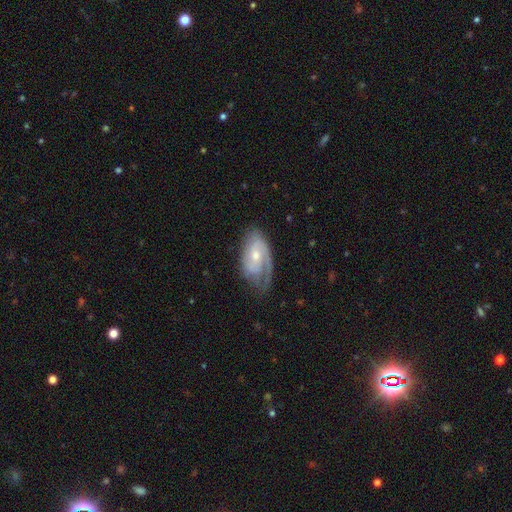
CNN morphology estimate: A featured or disk galaxy (75%) with no bar (65%), 2 (40%) tight (49%) spiral arms (90%) and a small central bulge (48%). Merging: none (56%).